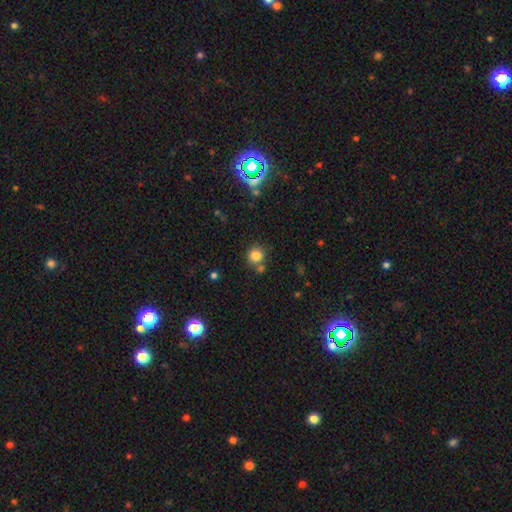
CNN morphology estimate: Q: Smooth or featured?
A: smooth (81%); runner-up: star or artifact (13%)
Q: How rounded?
A: round (91%); runner-up: in between (8%)
Q: Merging?
A: none (69%); runner-up: merger (19%)